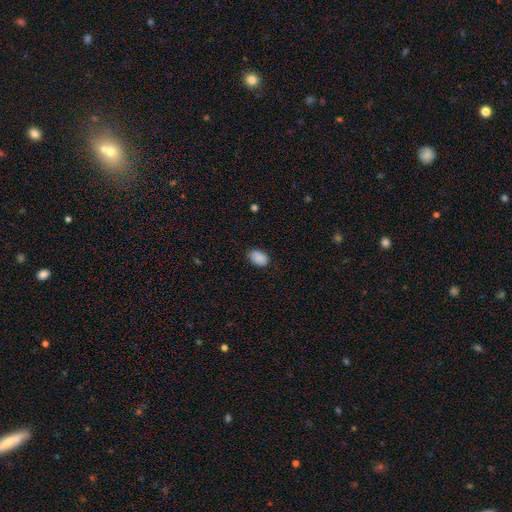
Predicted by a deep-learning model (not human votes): Smooth or featured?
  - smooth: 88% *
  - star or artifact: 8%
  - featured or disk: 4%
How rounded?
  - in between: 88% *
  - round: 10%
  - cigar-shaped: 1%
Merging?
  - none: 81% *
  - minor disturbance: 15%
  - major disturbance: 3%
  - merger: 1%